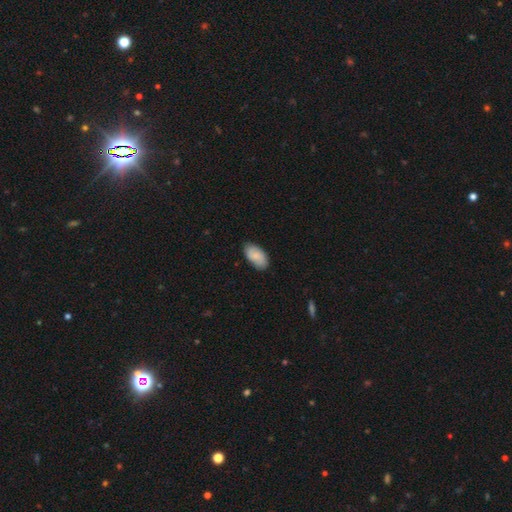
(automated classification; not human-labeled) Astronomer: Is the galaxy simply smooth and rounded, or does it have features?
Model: smooth — 74%.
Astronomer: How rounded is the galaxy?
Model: in between — 94%.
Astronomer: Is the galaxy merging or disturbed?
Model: none — 83%.